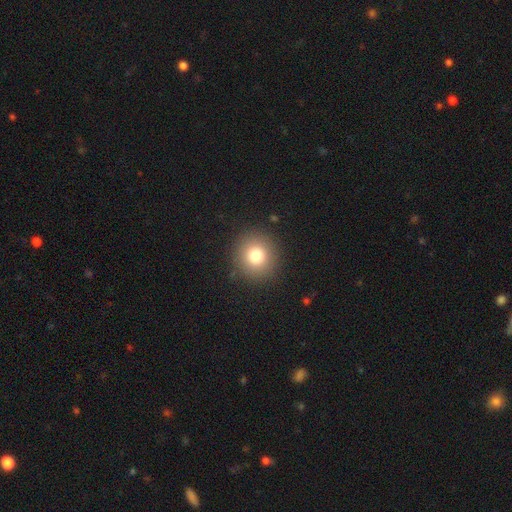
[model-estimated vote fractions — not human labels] This is likely a smooth galaxy (79%). How rounded: clearly round (93%). Merging: clearly none (90%).